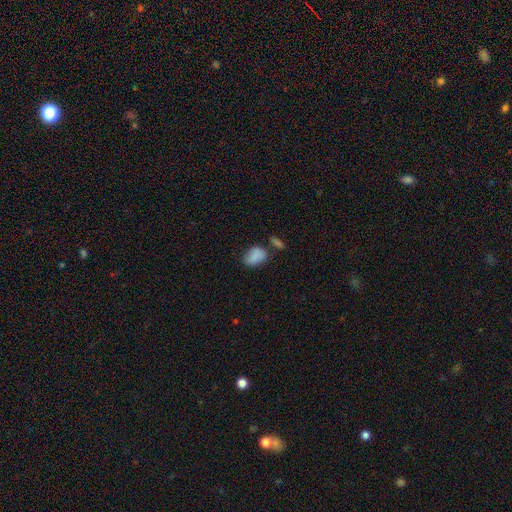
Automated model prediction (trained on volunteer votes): smooth_or_featured: smooth (p=0.82) [alt: star or artifact p=0.09]
how_rounded: in between (p=0.81) [alt: round p=0.18]
merging: none (p=0.49) [alt: minor disturbance p=0.28]